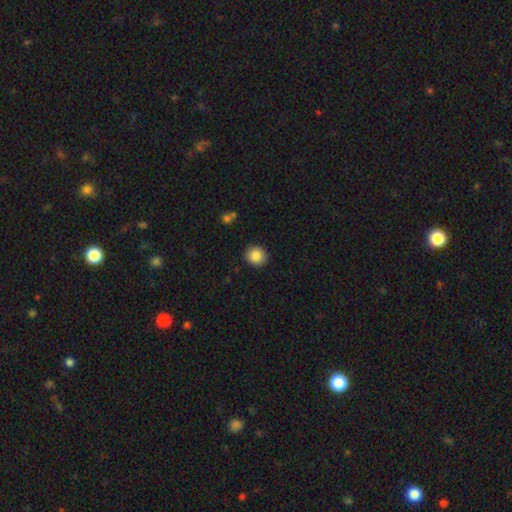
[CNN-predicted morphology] Smooth or featured?
  - smooth: 87% *
  - star or artifact: 9%
  - featured or disk: 4%
How rounded?
  - round: 91% *
  - in between: 8%
  - cigar-shaped: 1%
Merging?
  - none: 91% *
  - minor disturbance: 6%
  - major disturbance: 2%
  - merger: 1%